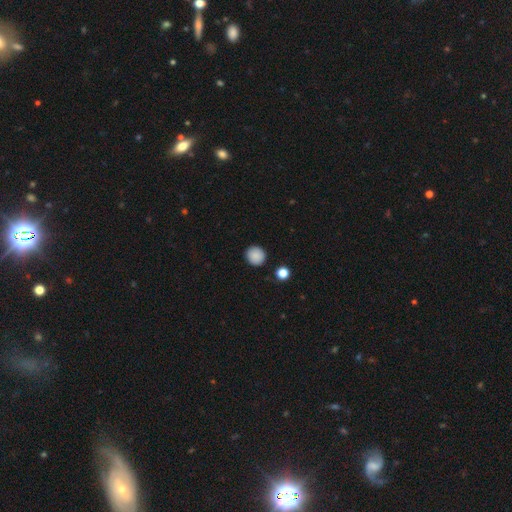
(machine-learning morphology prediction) type=smooth (87%); roundness=round (92%); merging=none (91%).